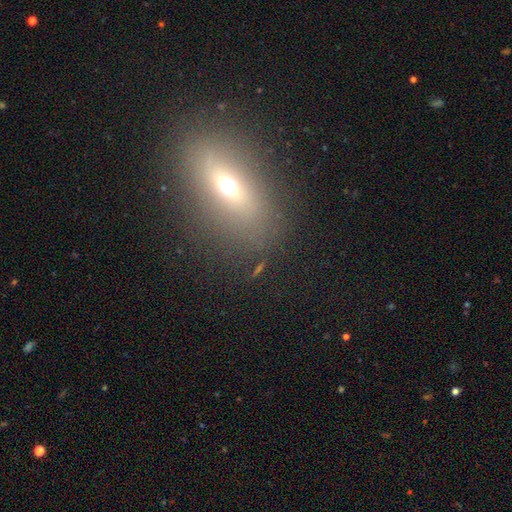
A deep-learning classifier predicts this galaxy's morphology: Overall: smooth (50%; featured or disk 31%). How rounded: in between (64%). Merging: none (86%).